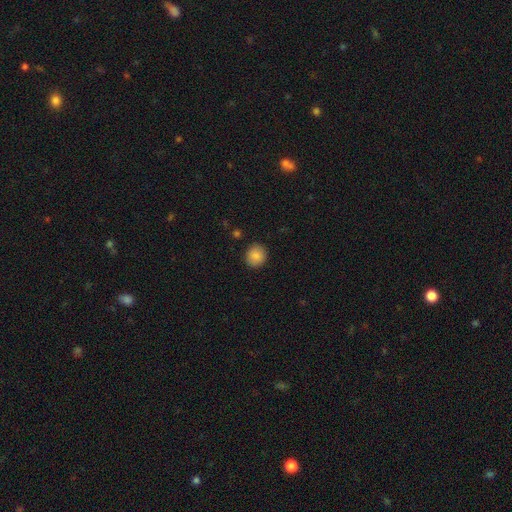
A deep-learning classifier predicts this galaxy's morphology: Smooth or featured? smooth (87%)
How rounded? round (85%)
Merging? none (91%)